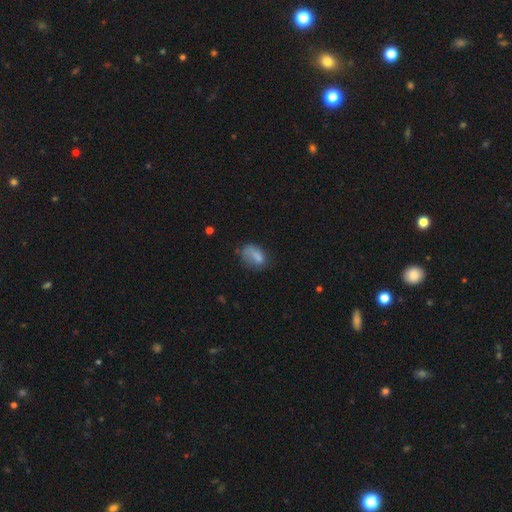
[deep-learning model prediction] This is likely a smooth galaxy (73%). How rounded: clearly in between (82%). Merging: marginally none (41%).